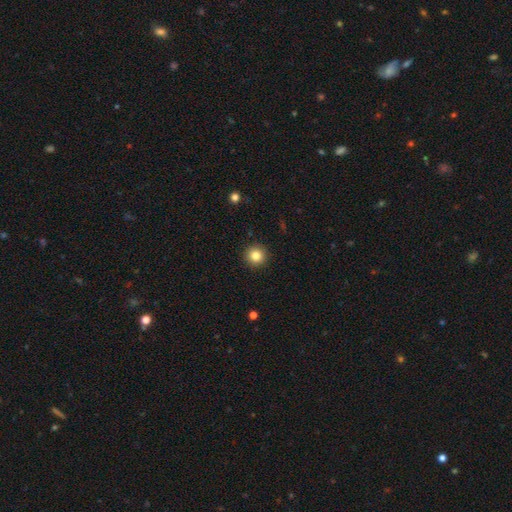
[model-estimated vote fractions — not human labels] Overall: smooth (83%). How rounded: round (95%). Merging: none (92%).